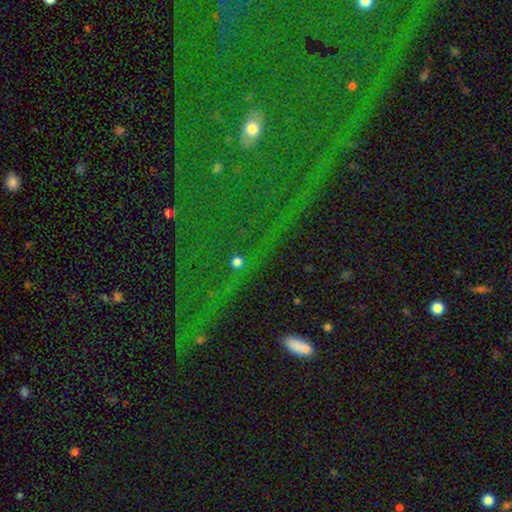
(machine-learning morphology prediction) The model was most divided on "smooth or featured": star or artifact: 71%, featured or disk: 16%, smooth: 13%.